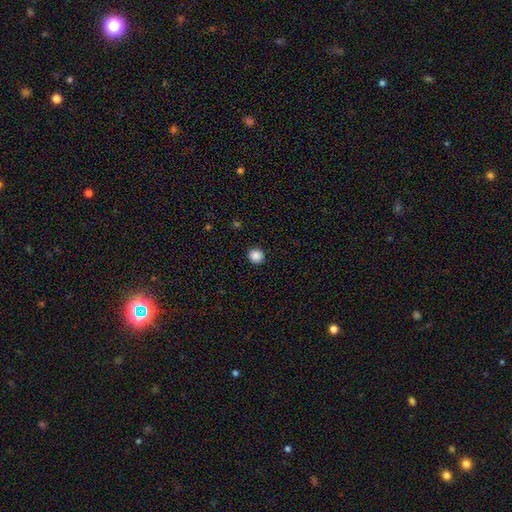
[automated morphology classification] Smooth or featured?
  - smooth: 88% *
  - star or artifact: 10%
  - featured or disk: 2%
How rounded?
  - round: 94% *
  - in between: 5%
  - cigar-shaped: 1%
Merging?
  - none: 93% *
  - minor disturbance: 5%
  - major disturbance: 2%
  - merger: 1%